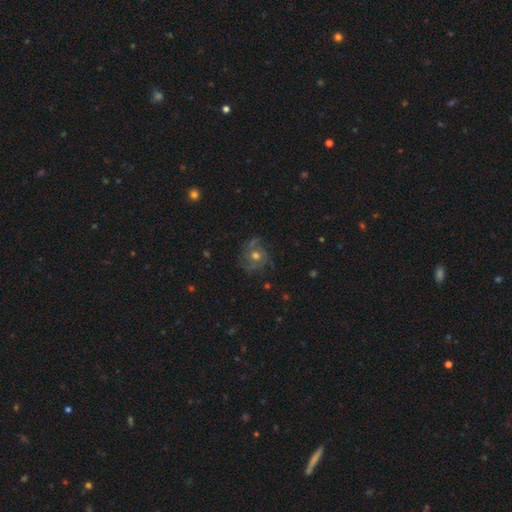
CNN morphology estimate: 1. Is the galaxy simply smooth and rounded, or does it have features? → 66% featured or disk, 19% smooth, 15% star or artifact.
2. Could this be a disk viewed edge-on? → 97% no, 3% yes.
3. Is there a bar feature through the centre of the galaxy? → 80% no, 17% weak, 3% strong.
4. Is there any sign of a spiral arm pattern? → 89% yes, 11% no.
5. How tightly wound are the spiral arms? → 43% tight (tied), 43% medium (tied), 14% loose.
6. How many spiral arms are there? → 32% 3, 27% can't tell, 18% 2, 11% 4, 6% 1, 6% more than 4.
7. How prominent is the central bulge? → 69% moderate, 20% small, 7% large, 2% none, 1% dominant.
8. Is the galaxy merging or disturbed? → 72% none, 16% minor disturbance, 10% major disturbance, 2% merger.